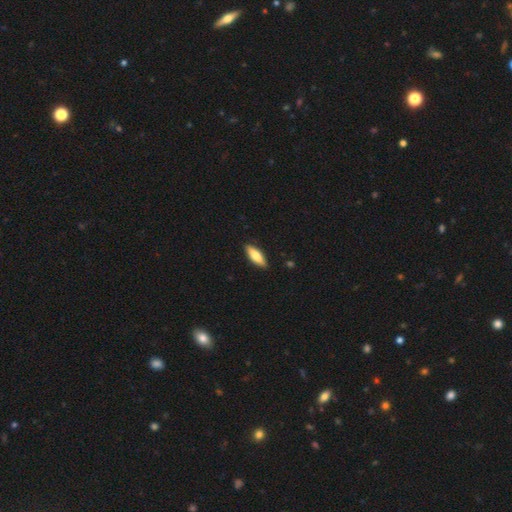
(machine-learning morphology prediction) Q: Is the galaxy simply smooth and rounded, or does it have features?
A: smooth — 72%.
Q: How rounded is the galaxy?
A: in between — 59%.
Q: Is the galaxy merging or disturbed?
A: none — 89%.